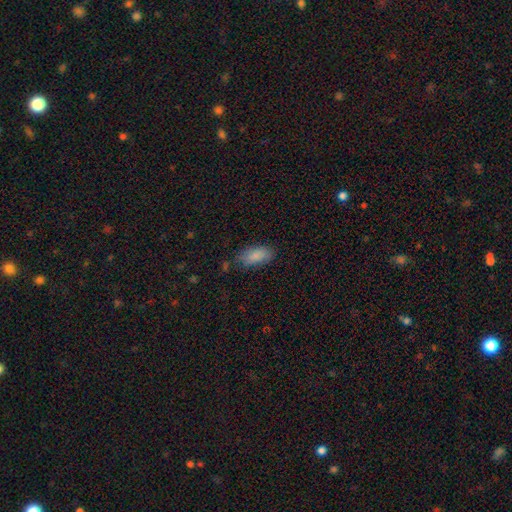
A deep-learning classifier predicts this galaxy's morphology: Q: Smooth or featured?
A: smooth (86%); runner-up: star or artifact (7%)
Q: How rounded?
A: in between (90%); runner-up: cigar-shaped (8%)
Q: Merging?
A: none (77%); runner-up: minor disturbance (16%)